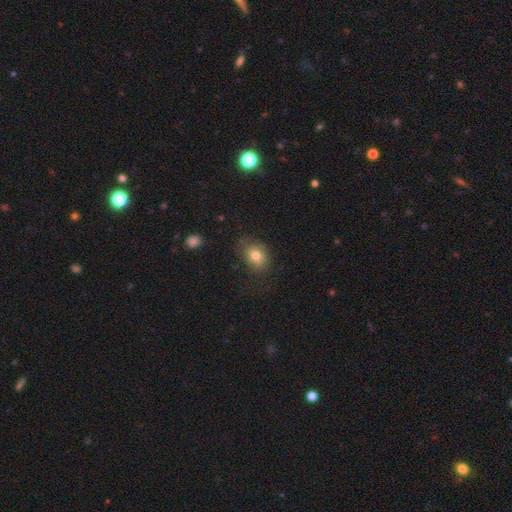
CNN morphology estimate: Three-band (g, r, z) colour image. It shows a smooth galaxy with no disk features (77%) that is in between round and cigar-shaped (59%). Merging: none (68%).